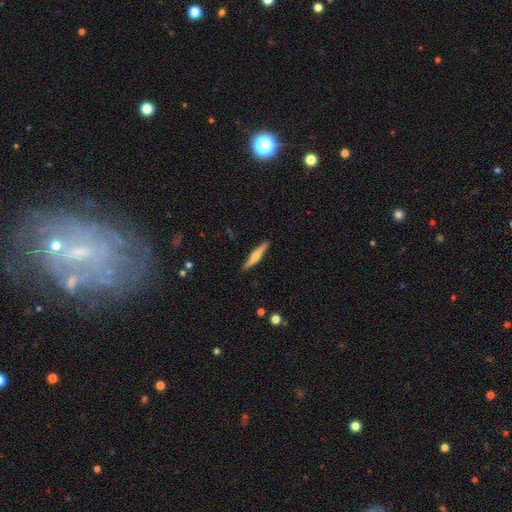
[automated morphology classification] Q: Smooth or featured?
A: featured or disk (57%); runner-up: smooth (37%)
Q: Edge-on disk?
A: yes (97%); runner-up: no (3%)
Q: Edge-on bulge?
A: rounded (84%); runner-up: none (8%)
Q: Merging?
A: none (90%); runner-up: minor disturbance (8%)